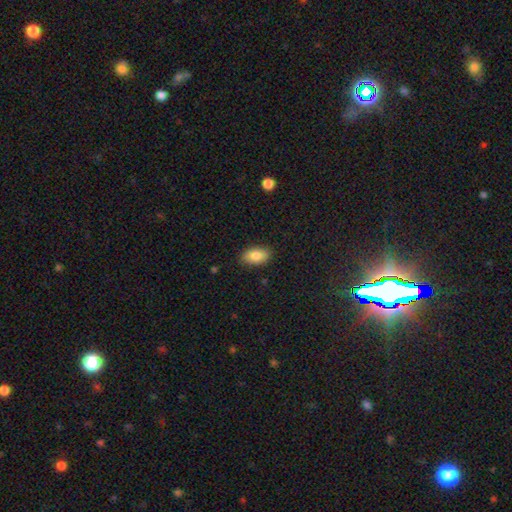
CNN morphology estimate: Overall: smooth (84%). How rounded: in between (92%). Merging: none (86%).